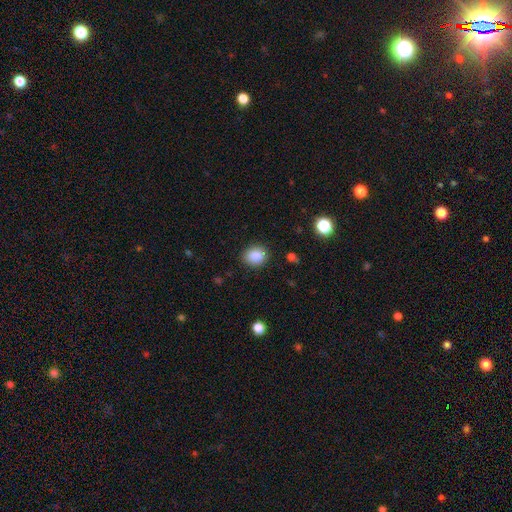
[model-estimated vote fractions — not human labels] smooth_or_featured: smooth (p=0.87) [alt: star or artifact p=0.09]
how_rounded: round (p=0.57) [alt: in between p=0.42]
merging: none (p=0.85) [alt: minor disturbance p=0.11]